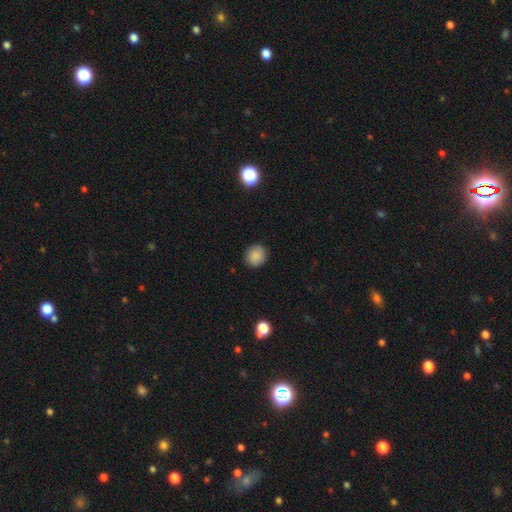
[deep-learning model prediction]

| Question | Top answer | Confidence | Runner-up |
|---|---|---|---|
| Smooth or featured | smooth | 87% | star or artifact (9%) |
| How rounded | round | 87% | in between (13%) |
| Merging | none | 89% | minor disturbance (8%) |